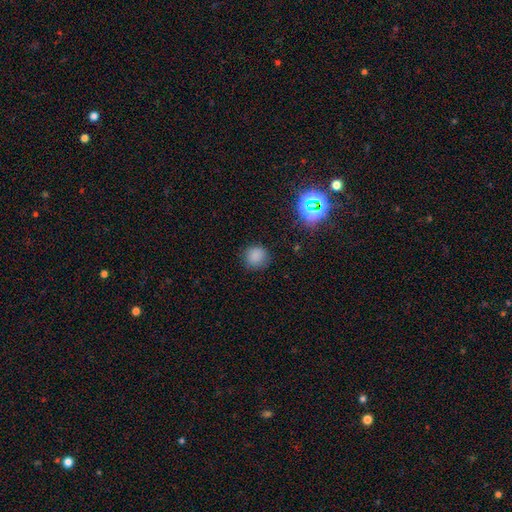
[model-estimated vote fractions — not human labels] Q: Smooth or featured?
A: smooth (79%); runner-up: star or artifact (16%)
Q: How rounded?
A: round (89%); runner-up: in between (10%)
Q: Merging?
A: none (84%); runner-up: minor disturbance (11%)